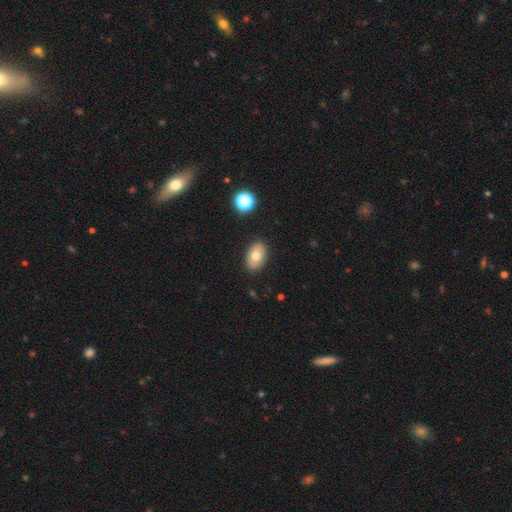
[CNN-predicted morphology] Smooth or featured? Predicted: smooth (p=0.75). How rounded? Predicted: in between (p=0.87). Merging? Predicted: none (p=0.87).